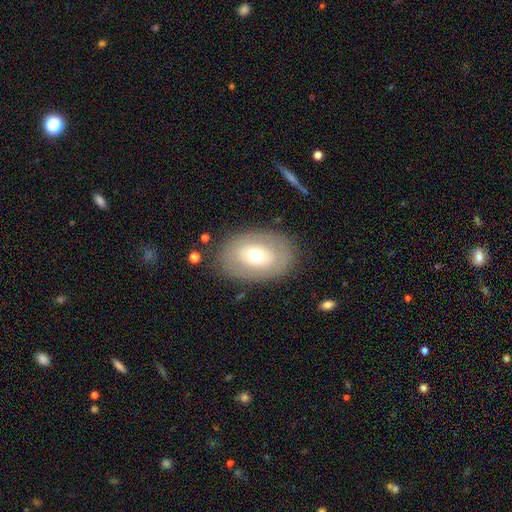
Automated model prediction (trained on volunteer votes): smooth_or_featured: smooth (p=0.56) [alt: featured or disk p=0.36]
how_rounded: in between (p=0.81) [alt: round p=0.18]
merging: none (p=0.83) [alt: minor disturbance p=0.11]